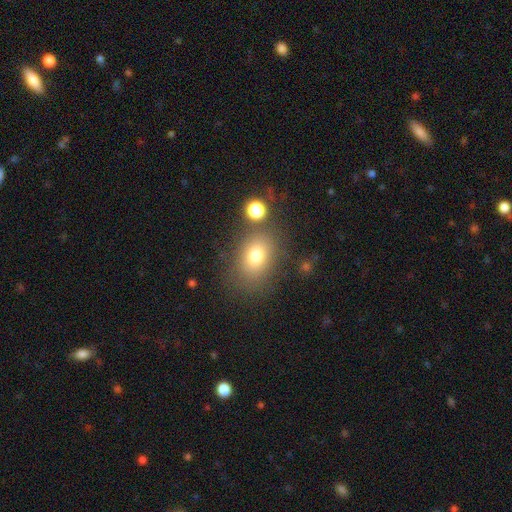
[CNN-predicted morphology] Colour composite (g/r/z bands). It shows a smooth galaxy with no disk features (76%) that is in between round and cigar-shaped (67%). Merging: none (75%).